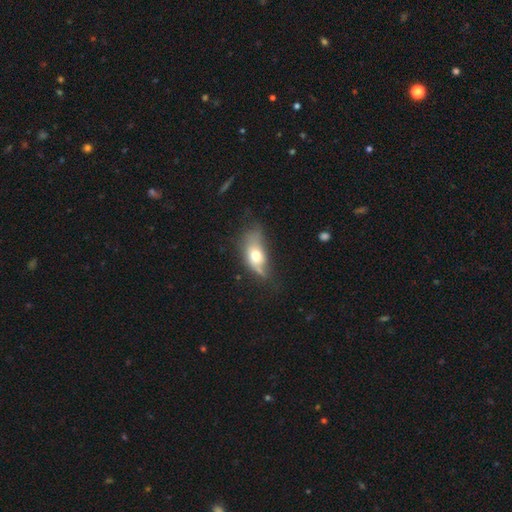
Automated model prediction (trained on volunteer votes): Overall: smooth (60%; featured or disk 31%). How rounded: in between (84%). Merging: none (36%; minor disturbance 34%).